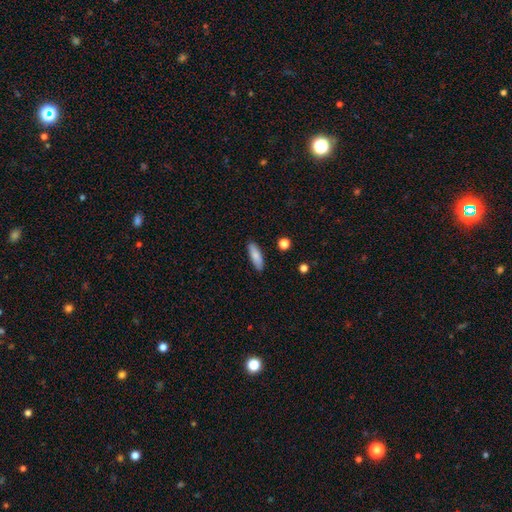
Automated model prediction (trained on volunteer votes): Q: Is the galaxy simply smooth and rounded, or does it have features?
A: smooth — 83%.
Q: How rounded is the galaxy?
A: in between — 56%.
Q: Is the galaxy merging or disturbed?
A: none — 88%.